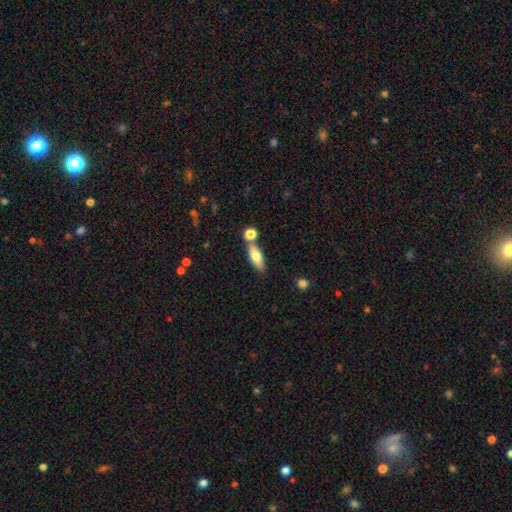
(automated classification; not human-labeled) Smooth or featured? Predicted: smooth (p=0.72). How rounded? Predicted: in between (p=0.64). Merging? Predicted: none (p=0.67).